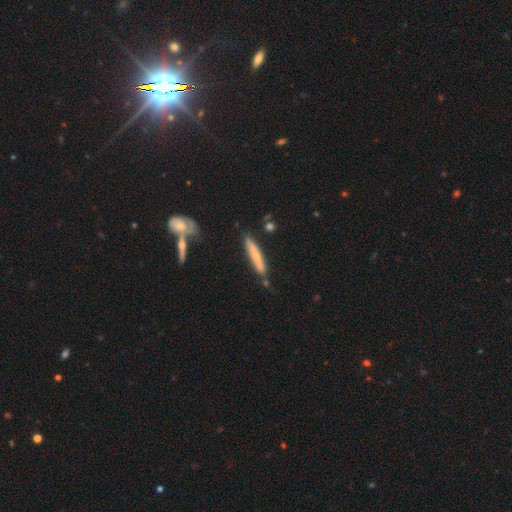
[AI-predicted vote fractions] smooth 54%, featured or disk 40%, star or artifact 6%. Down the decision tree: how rounded — cigar-shaped (91%); merging — none (75%).